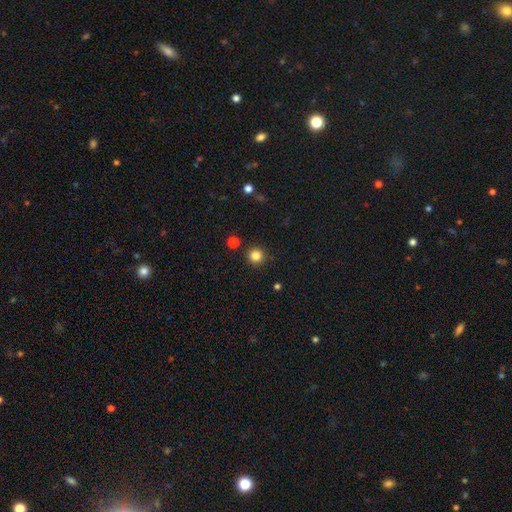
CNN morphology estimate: smooth_or_featured: smooth (p=0.83) [alt: star or artifact p=0.13]
how_rounded: round (p=0.96) [alt: in between p=0.03]
merging: none (p=0.91) [alt: minor disturbance p=0.05]